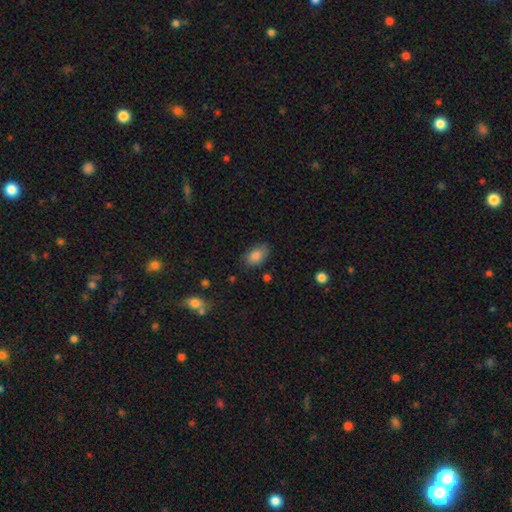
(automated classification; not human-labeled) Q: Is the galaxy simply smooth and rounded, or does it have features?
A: smooth — 84%.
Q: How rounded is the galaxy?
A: in between — 90%.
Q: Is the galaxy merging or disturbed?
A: none — 76%.